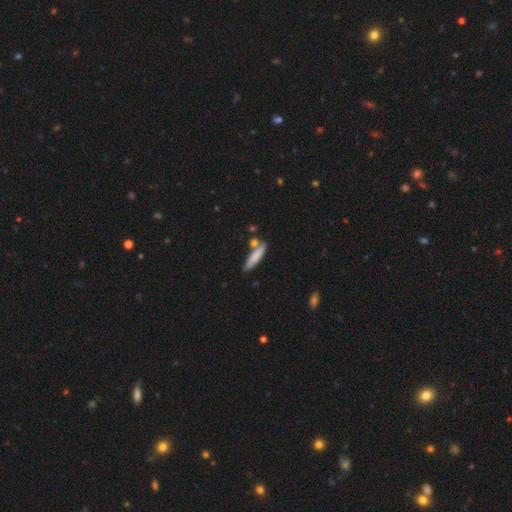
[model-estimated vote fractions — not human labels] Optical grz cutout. It shows a smooth galaxy with no disk features (79%) that is cigar-shaped (84%). Merging: none (70%).